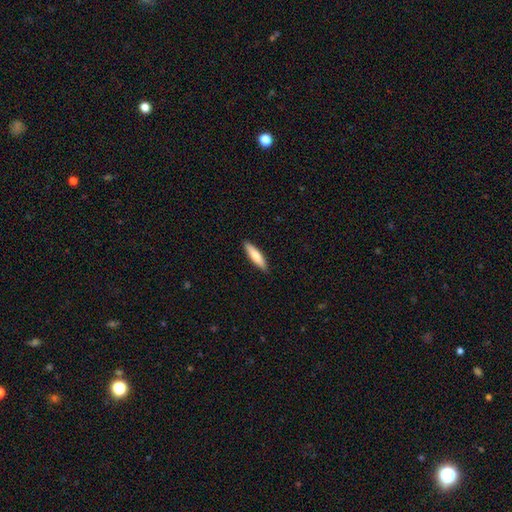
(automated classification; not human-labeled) Smooth or featured?
  - smooth: 75% *
  - featured or disk: 20%
  - star or artifact: 5%
How rounded?
  - cigar-shaped: 78% *
  - in between: 21%
  - round: 1%
Merging?
  - none: 90% *
  - minor disturbance: 7%
  - major disturbance: 1%
  - merger: 1%